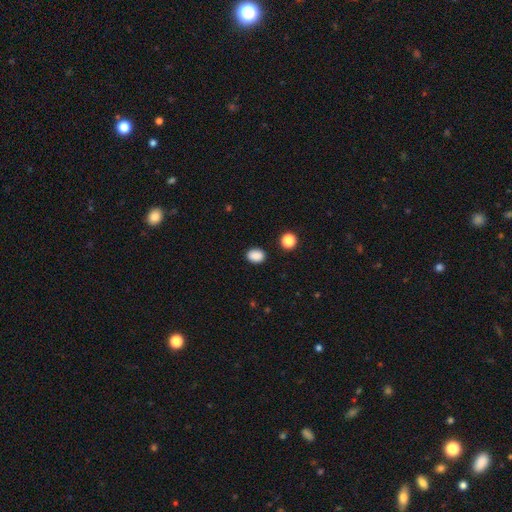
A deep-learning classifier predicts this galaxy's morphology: Smooth or featured? Predicted: smooth (p=0.87). How rounded? Predicted: in between (p=0.68). Merging? Predicted: none (p=0.87).